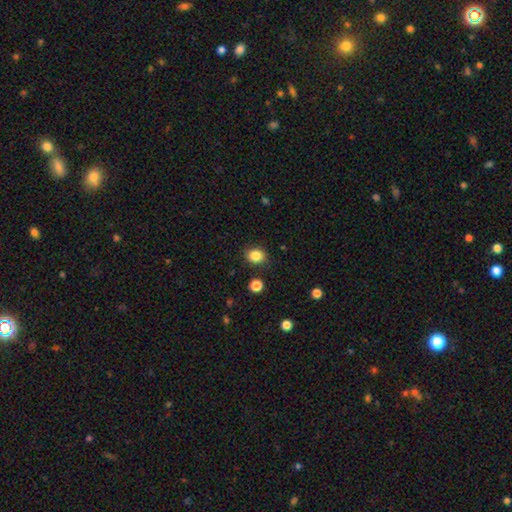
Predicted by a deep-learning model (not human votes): Smooth or featured: smooth — 85% (star or artifact — 11%)
How rounded: round — 61% (in between — 38%)
Merging: none — 85% (minor disturbance — 10%)